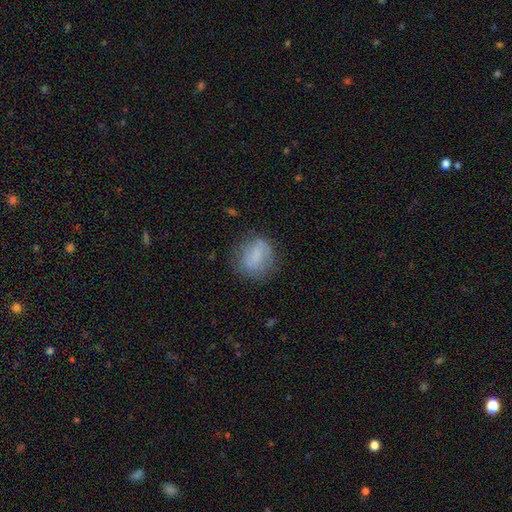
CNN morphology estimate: Smooth or featured? Predicted: smooth (p=0.68). How rounded? Predicted: round (p=0.61). Merging? Predicted: none (p=0.67).